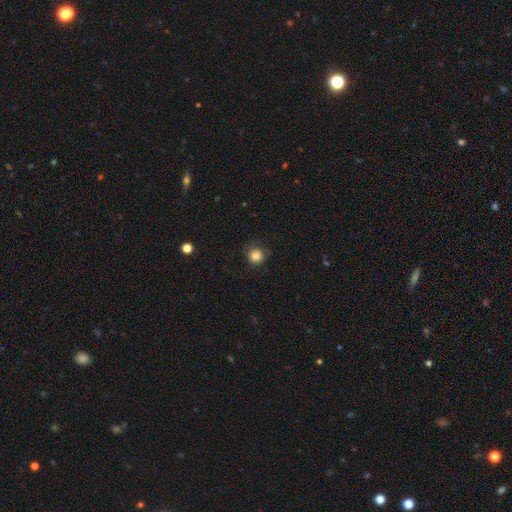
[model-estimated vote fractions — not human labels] Smooth or featured?
  - smooth: 83% *
  - star or artifact: 12%
  - featured or disk: 5%
How rounded?
  - round: 92% *
  - in between: 7%
  - cigar-shaped: 1%
Merging?
  - none: 82% *
  - minor disturbance: 14%
  - major disturbance: 4%
  - merger: 1%